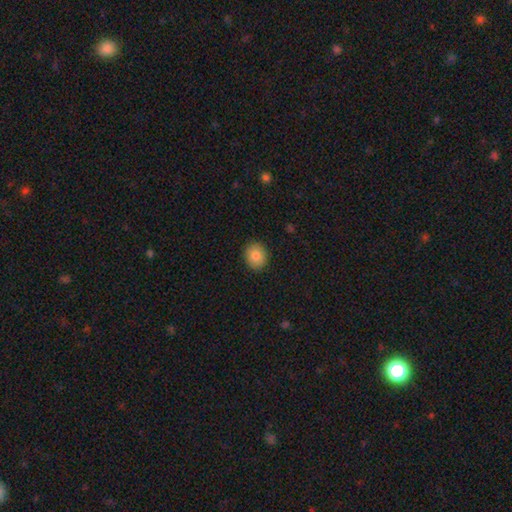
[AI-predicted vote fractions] Q: Smooth or featured?
A: smooth (83%); runner-up: featured or disk (8%)
Q: How rounded?
A: round (67%); runner-up: in between (32%)
Q: Merging?
A: none (90%); runner-up: minor disturbance (8%)